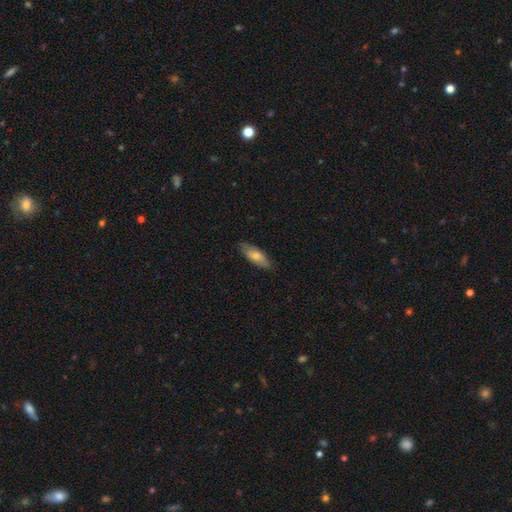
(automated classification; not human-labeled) A smooth galaxy with no disk features (64%) that is in between round and cigar-shaped (60%). Merging: none (84%).